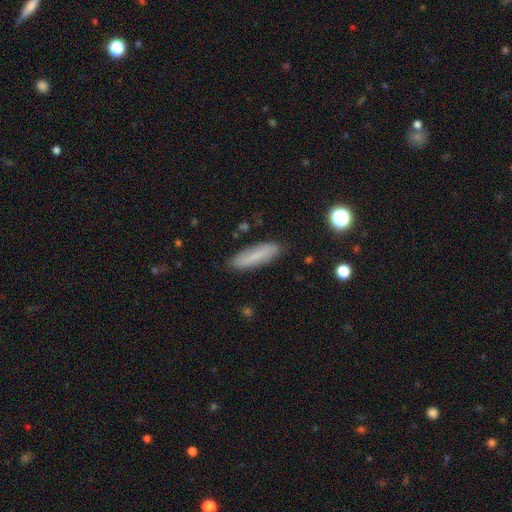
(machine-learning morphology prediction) This is likely a smooth galaxy (73%). How rounded: likely cigar-shaped (67%). Merging: clearly none (86%).